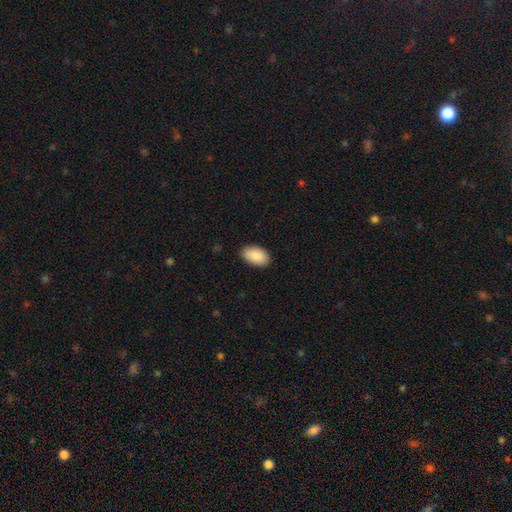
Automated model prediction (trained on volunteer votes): Q: Smooth or featured?
A: smooth (91%); runner-up: star or artifact (6%)
Q: How rounded?
A: in between (95%); runner-up: round (4%)
Q: Merging?
A: none (89%); runner-up: minor disturbance (9%)